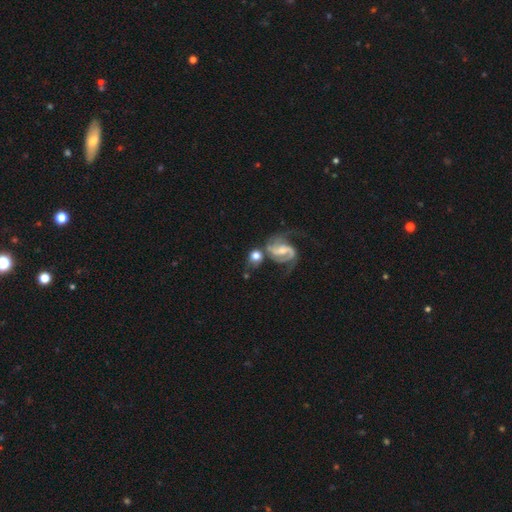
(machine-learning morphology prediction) This is possibly a featured or disk galaxy (46%). Merging: possibly none (52%).